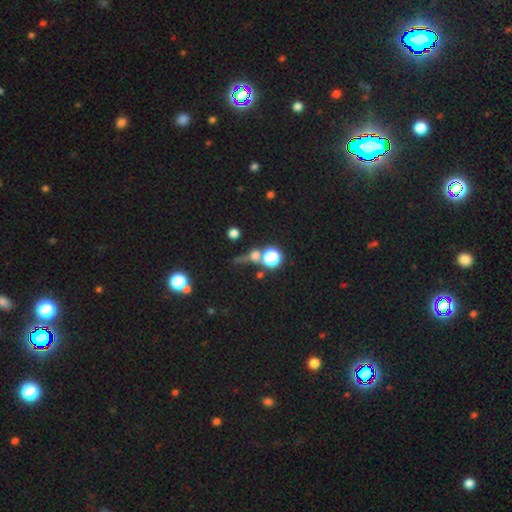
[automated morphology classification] Smooth or featured?
  - smooth: 48% *
  - star or artifact: 39%
  - featured or disk: 13%
Merging?
  - none: 56% *
  - merger: 23%
  - minor disturbance: 11%
  - major disturbance: 10%